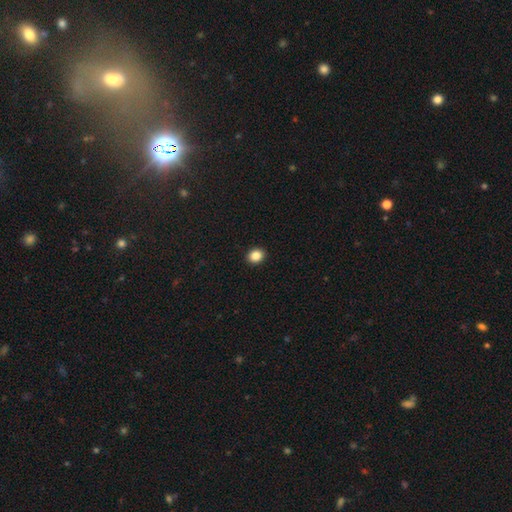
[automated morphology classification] type=smooth (87%); roundness=round (67%); merging=none (92%).